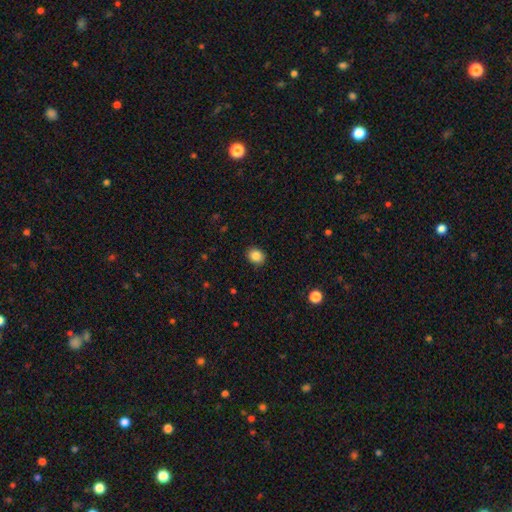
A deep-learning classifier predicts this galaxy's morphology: Smooth or featured?
  - smooth: 86% *
  - star or artifact: 10%
  - featured or disk: 5%
How rounded?
  - round: 56% *
  - in between: 43%
  - cigar-shaped: 1%
Merging?
  - none: 90% *
  - minor disturbance: 7%
  - major disturbance: 2%
  - merger: 1%